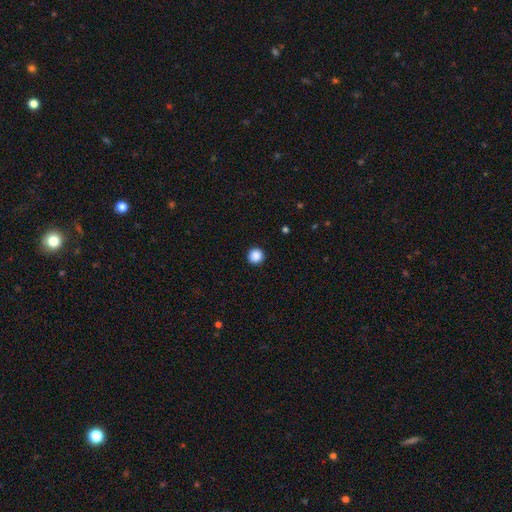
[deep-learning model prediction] Q: Smooth or featured?
A: smooth (88%); runner-up: star or artifact (10%)
Q: How rounded?
A: round (96%); runner-up: in between (3%)
Q: Merging?
A: none (93%); runner-up: minor disturbance (4%)